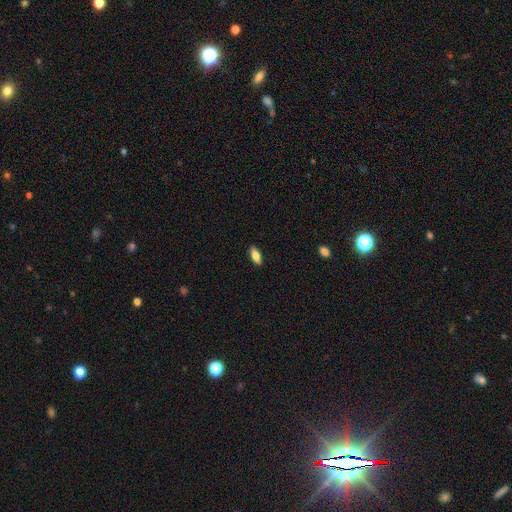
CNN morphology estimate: smooth_or_featured: smooth (p=0.80) [alt: featured or disk p=0.14]
how_rounded: in between (p=0.80) [alt: cigar-shaped p=0.18]
merging: none (p=0.89) [alt: minor disturbance p=0.08]